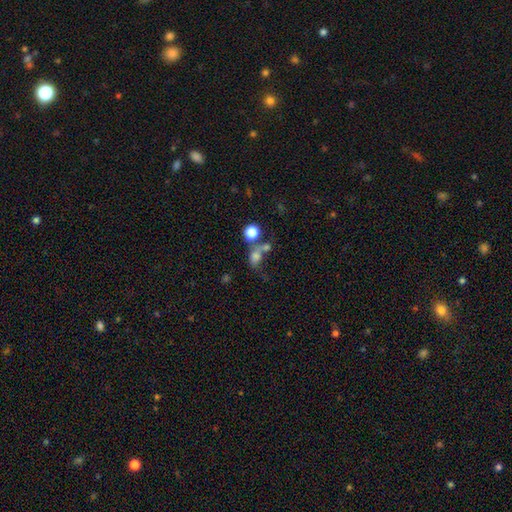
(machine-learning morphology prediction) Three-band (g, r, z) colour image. It shows a smooth galaxy with no disk features (69%) that is in between round and cigar-shaped (55%). Merging: merger (42%).